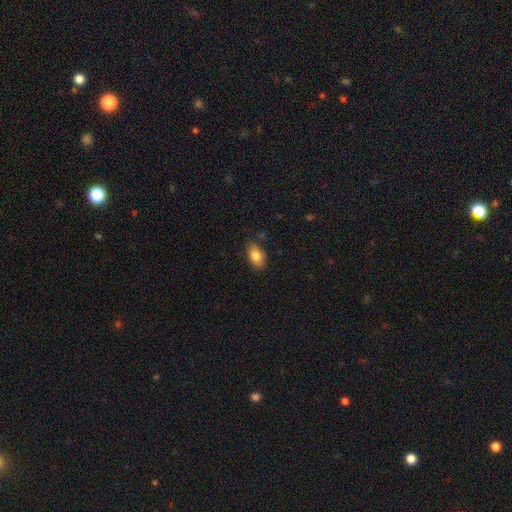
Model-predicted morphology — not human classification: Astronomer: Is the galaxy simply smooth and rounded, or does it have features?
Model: smooth — 82%.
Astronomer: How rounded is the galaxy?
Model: in between — 88%.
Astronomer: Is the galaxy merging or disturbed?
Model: none — 82%.